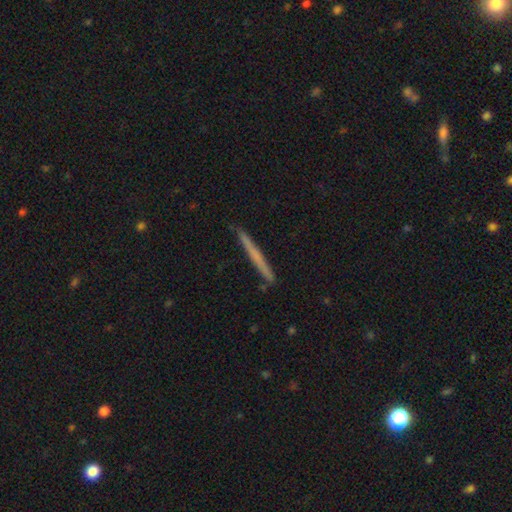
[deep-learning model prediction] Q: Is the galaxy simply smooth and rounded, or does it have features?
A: smooth — 55%.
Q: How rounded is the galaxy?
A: cigar-shaped — 97%.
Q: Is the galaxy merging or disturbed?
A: none — 90%.